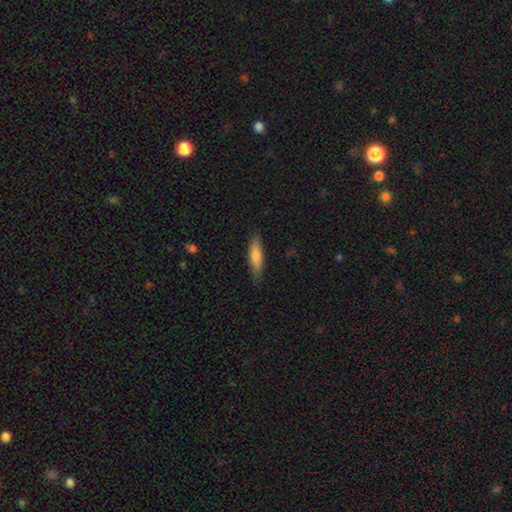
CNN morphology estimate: Smooth or featured?
  - smooth: 77% *
  - featured or disk: 17%
  - star or artifact: 6%
How rounded?
  - cigar-shaped: 71% *
  - in between: 28%
  - round: 2%
Merging?
  - none: 85% *
  - minor disturbance: 12%
  - major disturbance: 2%
  - merger: 1%